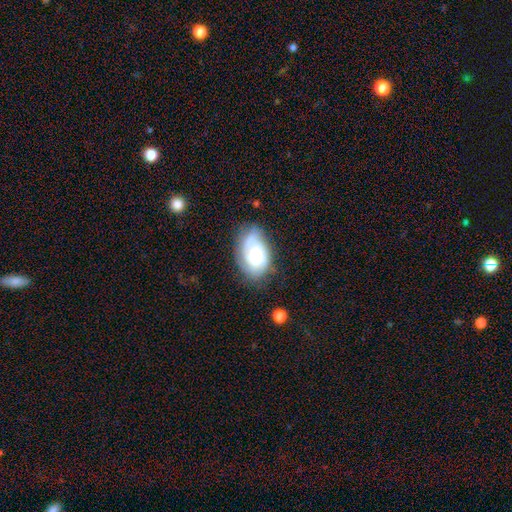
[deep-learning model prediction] Smooth or featured?
  - featured or disk: 68% *
  - smooth: 25%
  - star or artifact: 6%
Edge-on disk?
  - no: 96% *
  - yes: 4%
Bar?
  - no: 64% *
  - weak: 30%
  - strong: 6%
Spiral arms?
  - yes: 89% *
  - no: 11%
Spiral winding?
  - tight: 57% *
  - medium: 33%
  - loose: 10%
Spiral arm count?
  - 2: 38% *
  - can't tell: 29%
  - 3: 17%
  - 1: 11%
  - 4: 3%
  - more than 4: 2%
Bulge size?
  - moderate: 64% *
  - small: 21%
  - large: 13%
  - none: 2%
  - dominant: 2%
Merging?
  - none: 64% *
  - minor disturbance: 25%
  - major disturbance: 9%
  - merger: 2%